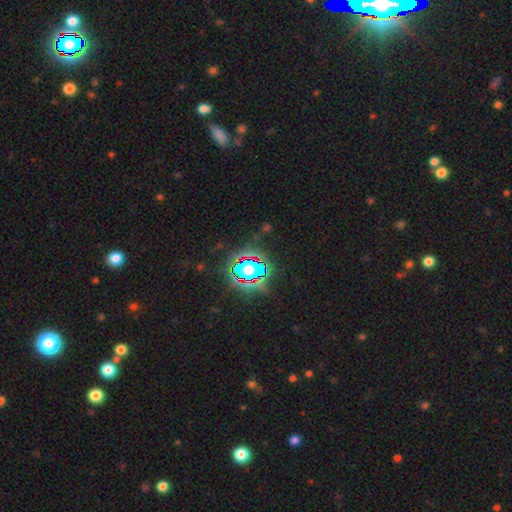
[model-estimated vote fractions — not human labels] smooth-or-featured: star or artifact: 82% | smooth: 10% | featured or disk: 7%